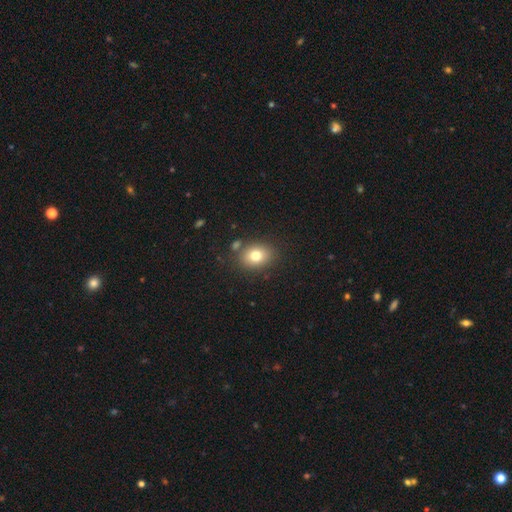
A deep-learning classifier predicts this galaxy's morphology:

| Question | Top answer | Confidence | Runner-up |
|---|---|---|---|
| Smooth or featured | smooth | 78% | star or artifact (11%) |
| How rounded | in between | 57% | round (42%) |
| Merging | none | 79% | minor disturbance (11%) |